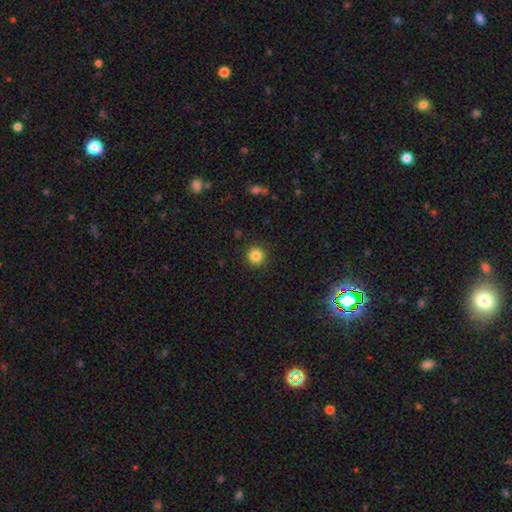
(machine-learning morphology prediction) Overall: smooth (84%). How rounded: round (95%). Merging: none (92%).